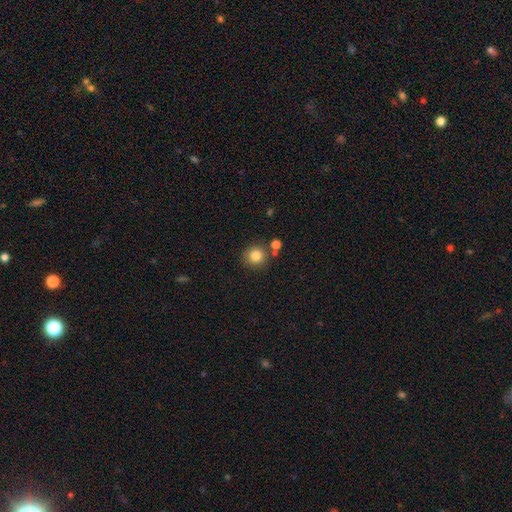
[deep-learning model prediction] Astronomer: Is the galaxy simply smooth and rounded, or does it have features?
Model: smooth — 83%.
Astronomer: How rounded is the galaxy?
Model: round — 92%.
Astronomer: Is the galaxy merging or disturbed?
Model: none — 78%.